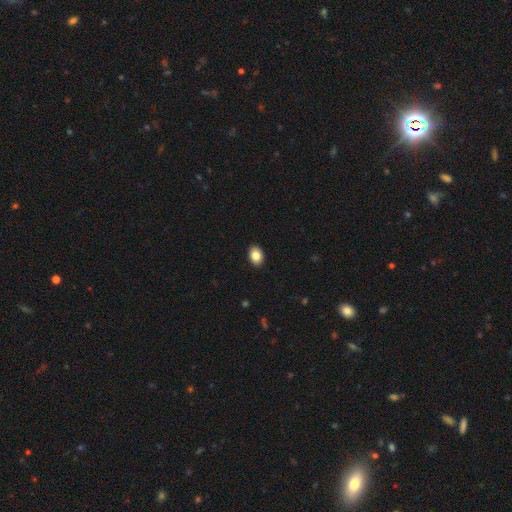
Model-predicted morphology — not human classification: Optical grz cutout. It shows a smooth galaxy with no disk features (86%) that is in between round and cigar-shaped (73%). Merging: none (91%).